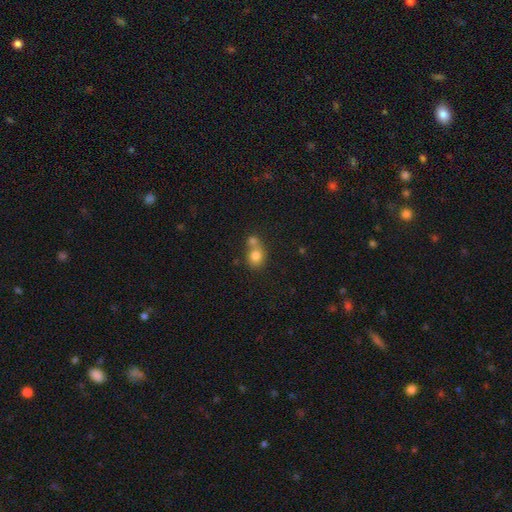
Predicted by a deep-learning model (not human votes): This appears to be a smooth galaxy with no disk features (78%) that is round (69%). Merging: merger (52%).